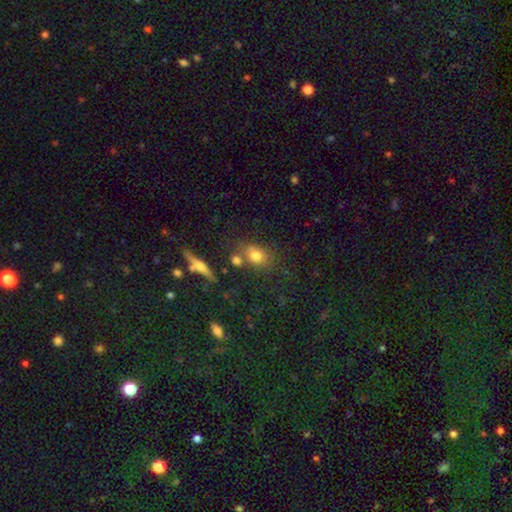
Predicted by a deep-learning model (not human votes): Smooth or featured: smooth — 74% (featured or disk — 13%)
How rounded: in between — 53% (round — 43%)
Merging: none — 61% (merger — 19%)